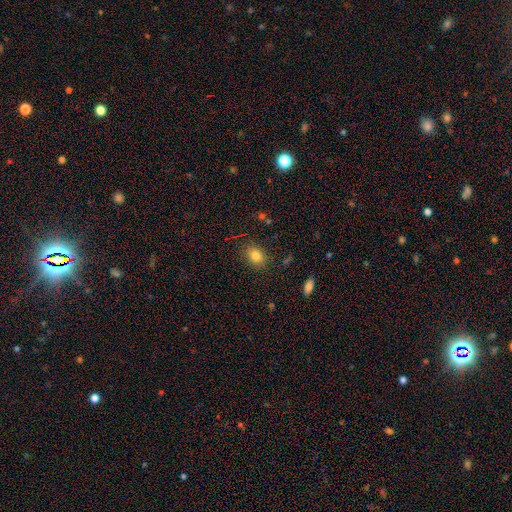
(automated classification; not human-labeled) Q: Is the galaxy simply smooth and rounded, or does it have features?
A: smooth — 82%.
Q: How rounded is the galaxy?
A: in between — 64%.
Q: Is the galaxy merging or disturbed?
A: none — 84%.